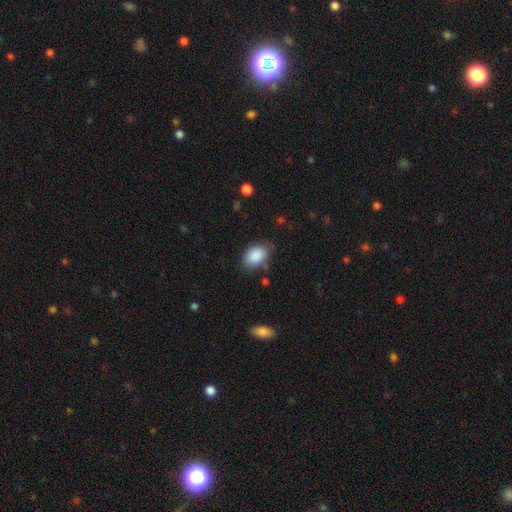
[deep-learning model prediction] smooth-or-featured: smooth: 88% | star or artifact: 7% | featured or disk: 5%
  how-rounded: in between: 87% | round: 12% | cigar-shaped: 1%
  merging: none: 71% | minor disturbance: 21% | major disturbance: 5% | merger: 3%